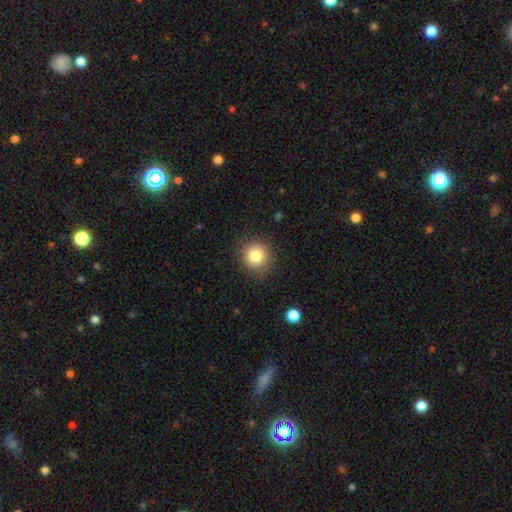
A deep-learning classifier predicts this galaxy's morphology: The model was most divided on "smooth or featured": smooth: 84%, star or artifact: 10%, featured or disk: 6%. More confident: how rounded — round (89%); merging — none (88%).